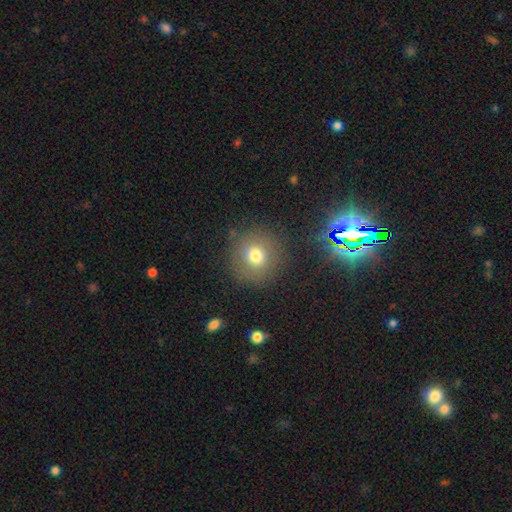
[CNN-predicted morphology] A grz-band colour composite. It shows a smooth galaxy with no disk features (72%) that is round (92%). Merging: none (83%).